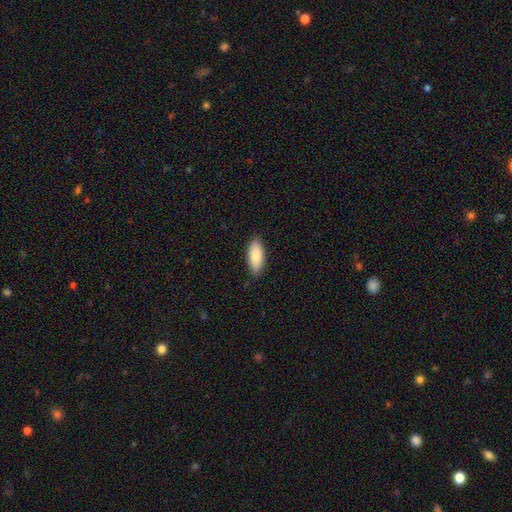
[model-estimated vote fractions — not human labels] Overall: smooth (85%). How rounded: in between (83%). Merging: none (85%).